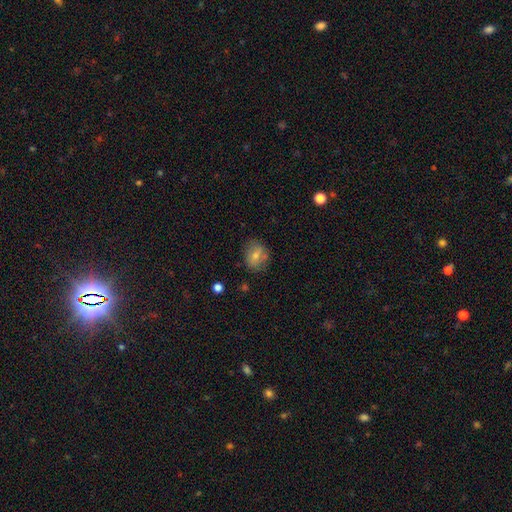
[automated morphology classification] Overall: smooth (68%). How rounded: in between (50%; round 49%). Merging: none (74%).